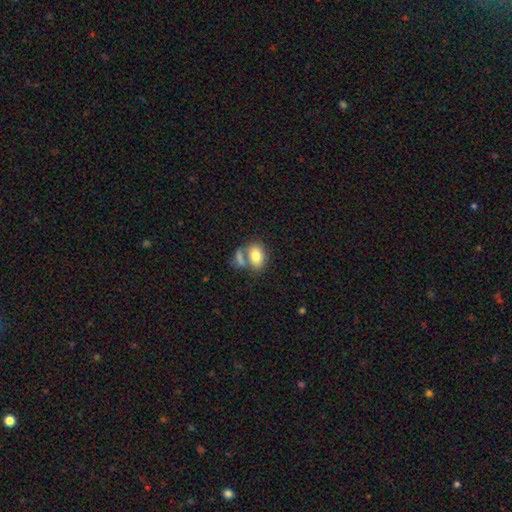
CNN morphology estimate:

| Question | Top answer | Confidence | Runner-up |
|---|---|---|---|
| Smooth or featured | smooth | 79% | featured or disk (13%) |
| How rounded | in between | 77% | round (21%) |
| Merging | none | 43% | merger (39%) |